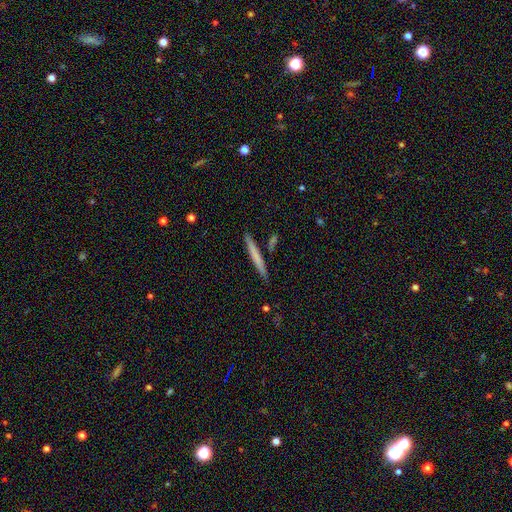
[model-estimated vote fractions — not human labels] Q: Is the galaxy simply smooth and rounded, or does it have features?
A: smooth — 67%.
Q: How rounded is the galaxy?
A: cigar-shaped — 97%.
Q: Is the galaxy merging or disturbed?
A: none — 89%.